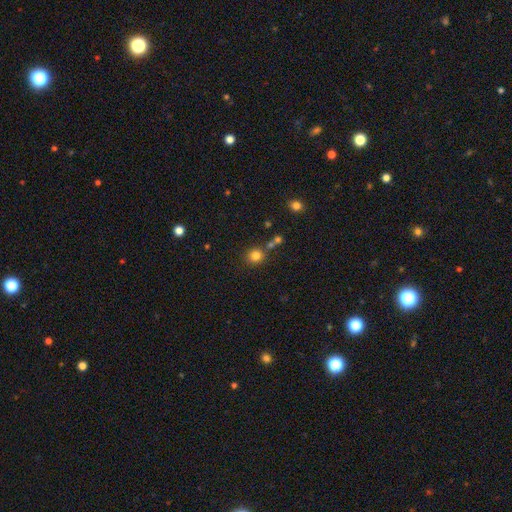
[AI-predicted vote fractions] Smooth or featured? Predicted: smooth (p=0.80). How rounded? Predicted: round (p=0.85). Merging? Predicted: none (p=0.74).